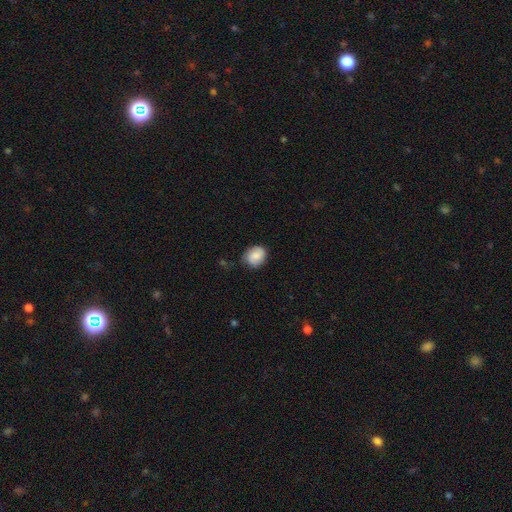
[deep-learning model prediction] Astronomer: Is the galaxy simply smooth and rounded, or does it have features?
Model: smooth — 77%.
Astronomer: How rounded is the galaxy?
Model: round — 62%.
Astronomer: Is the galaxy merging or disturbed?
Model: none — 75%.